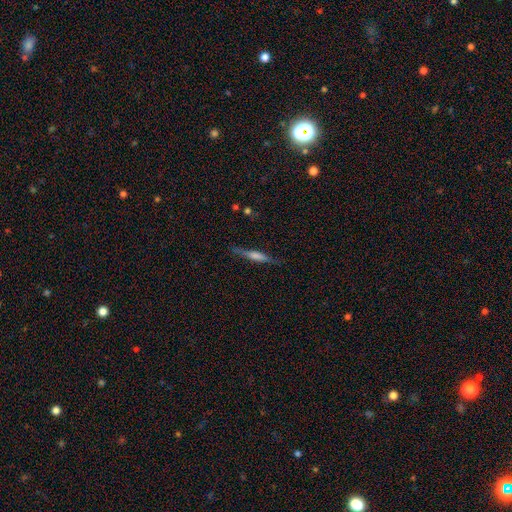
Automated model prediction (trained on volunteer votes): smooth_or_featured: featured or disk (p=0.54) [alt: smooth p=0.39]
disk_edge_on: yes (p=0.95) [alt: no p=0.05]
edge_on_bulge: rounded (p=0.42) [alt: boxy p=0.36]
merging: none (p=0.82) [alt: minor disturbance p=0.13]